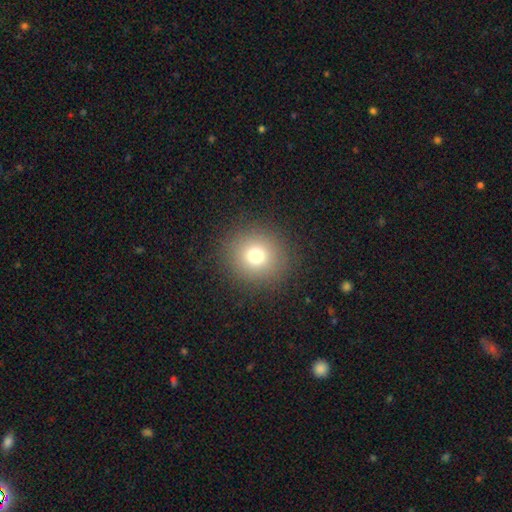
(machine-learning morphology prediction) smooth_or_featured: smooth (p=0.74) [alt: star or artifact p=0.16]
how_rounded: round (p=0.91) [alt: in between p=0.08]
merging: none (p=0.90) [alt: minor disturbance p=0.06]